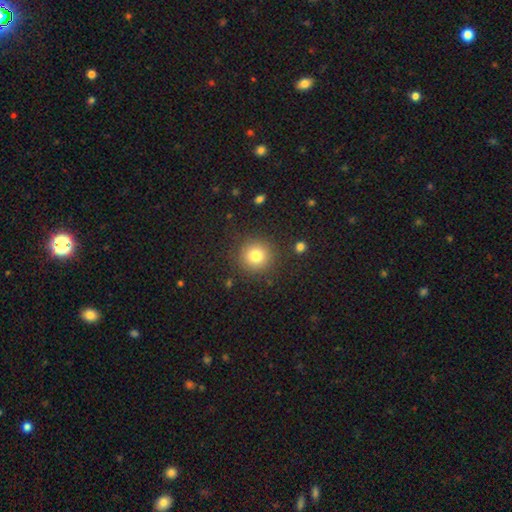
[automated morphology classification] Smooth or featured?
  - smooth: 79% *
  - star or artifact: 12%
  - featured or disk: 9%
How rounded?
  - round: 93% *
  - in between: 6%
  - cigar-shaped: 1%
Merging?
  - none: 88% *
  - minor disturbance: 7%
  - major disturbance: 3%
  - merger: 2%